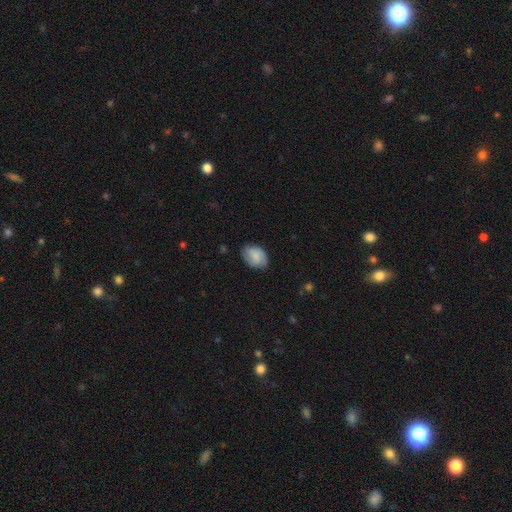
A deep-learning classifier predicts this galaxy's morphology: Smooth or featured? smooth (57%)
How rounded? in between (79%)
Merging? none (73%)